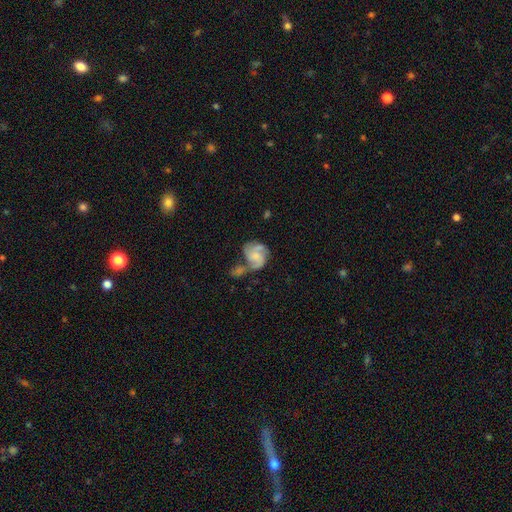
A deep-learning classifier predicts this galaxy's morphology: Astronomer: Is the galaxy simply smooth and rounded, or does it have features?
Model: featured or disk — 71%.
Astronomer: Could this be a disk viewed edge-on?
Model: no — 98%.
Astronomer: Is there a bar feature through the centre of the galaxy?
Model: no — 66%.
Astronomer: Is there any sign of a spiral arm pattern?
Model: yes — 90%.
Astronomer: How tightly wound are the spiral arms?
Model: medium — 49% (runner-up: tight, 29%).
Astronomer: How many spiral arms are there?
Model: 3 — 38% (runner-up: 2, 36%).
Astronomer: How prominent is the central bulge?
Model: small — 47% (runner-up: moderate, 29%).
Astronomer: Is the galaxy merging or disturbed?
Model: merger — 36% (runner-up: none, 29%).